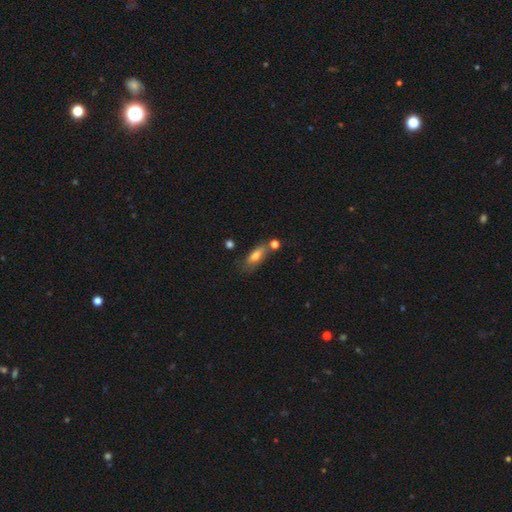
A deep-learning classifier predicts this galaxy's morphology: A smooth galaxy with no disk features (71%) that is in between round and cigar-shaped (67%). Merging: none (60%).